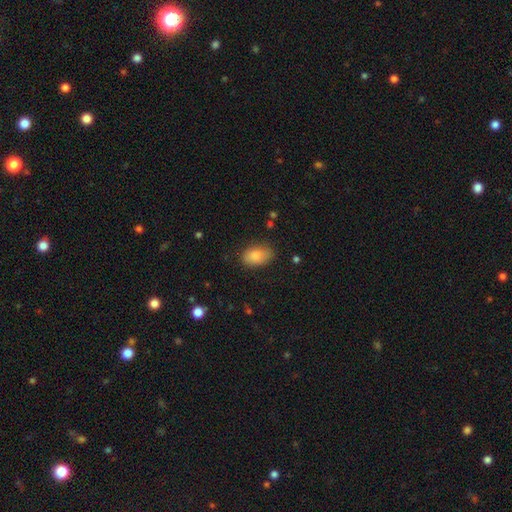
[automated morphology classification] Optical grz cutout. It shows a smooth galaxy with no disk features (85%) that is in between round and cigar-shaped (90%). Merging: none (77%).